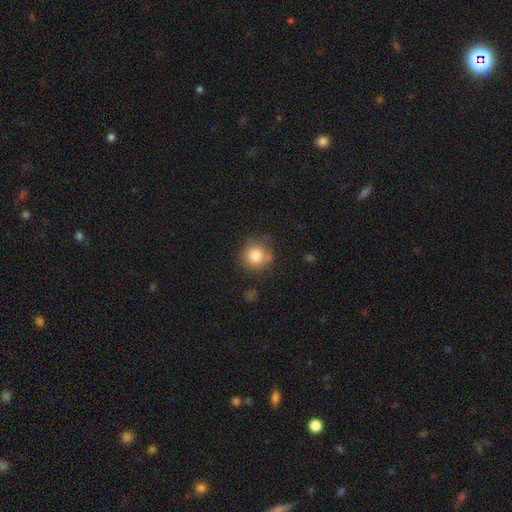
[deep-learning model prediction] This appears to be a smooth galaxy with no disk features (82%) that is round (92%). Merging: none (76%).